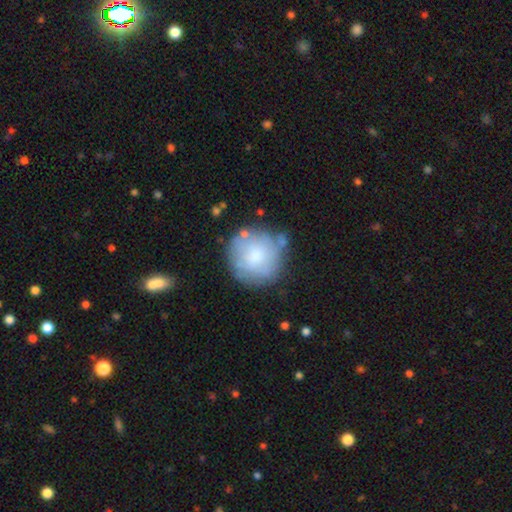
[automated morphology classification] Smooth or featured?
  - smooth: 66% *
  - featured or disk: 26%
  - star or artifact: 8%
How rounded?
  - round: 92% *
  - in between: 7%
  - cigar-shaped: 1%
Merging?
  - none: 67% *
  - minor disturbance: 19%
  - major disturbance: 7%
  - merger: 7%